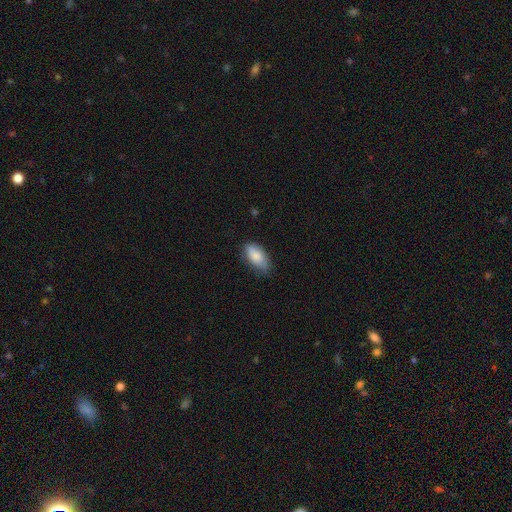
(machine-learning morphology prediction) Overall: smooth (84%). How rounded: in between (91%). Merging: none (67%).